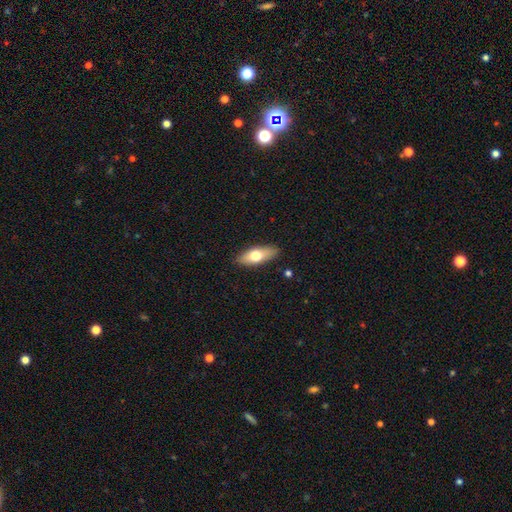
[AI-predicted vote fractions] Smooth or featured? Predicted: smooth (p=0.67). How rounded? Predicted: in between (p=0.73). Merging? Predicted: none (p=0.88).